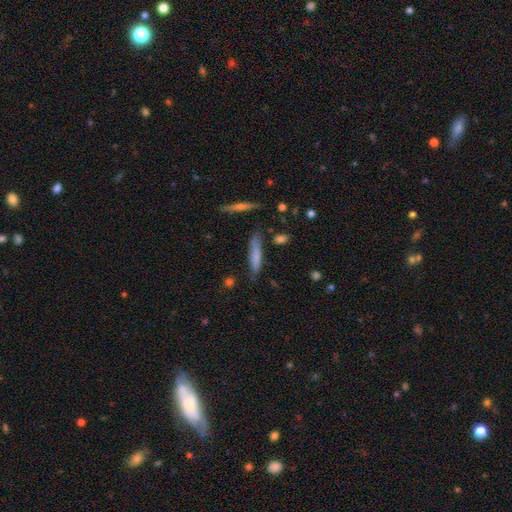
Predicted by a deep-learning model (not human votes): smooth 69%, featured or disk 23%, star or artifact 7%. Down the decision tree: how rounded — cigar-shaped (86%); merging — none (75%).